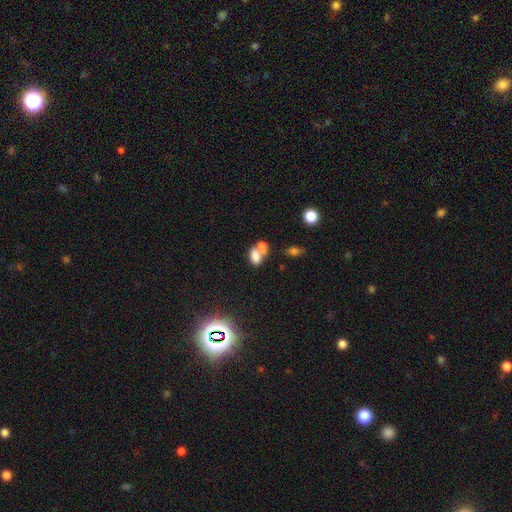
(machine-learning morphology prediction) The model was most divided on "merging": merger: 57%, none: 27%, minor disturbance: 10%, major disturbance: 6%. More confident: how rounded — in between (84%); smooth or featured — smooth (74%).